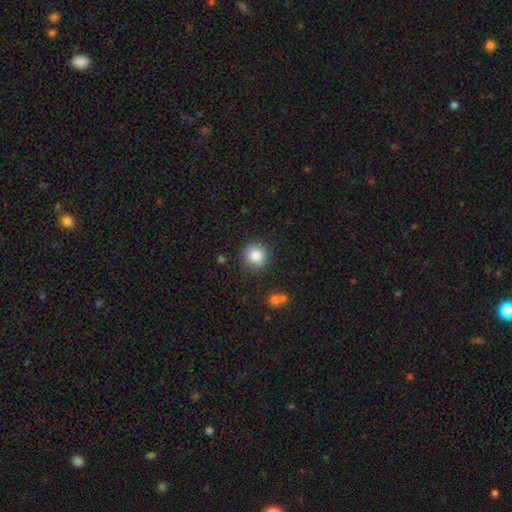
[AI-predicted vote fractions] smooth 83%, star or artifact 10%, featured or disk 7%. Down the decision tree: how rounded — round (93%); merging — none (87%).